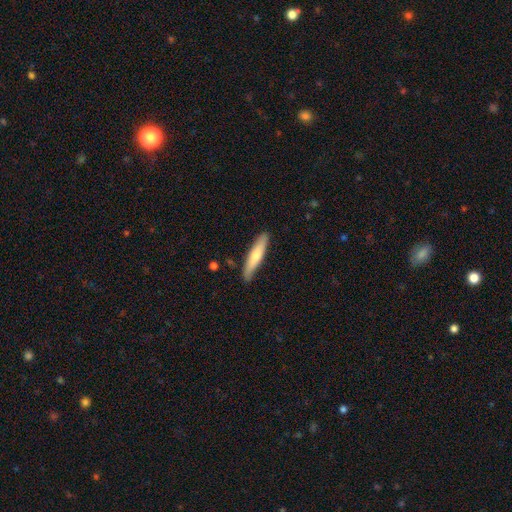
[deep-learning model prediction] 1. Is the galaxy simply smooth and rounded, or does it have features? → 65% smooth, 30% featured or disk, 5% star or artifact.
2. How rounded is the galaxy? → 85% cigar-shaped, 13% in between, 1% round.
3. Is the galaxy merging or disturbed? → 85% none, 12% minor disturbance, 2% major disturbance, 2% merger.